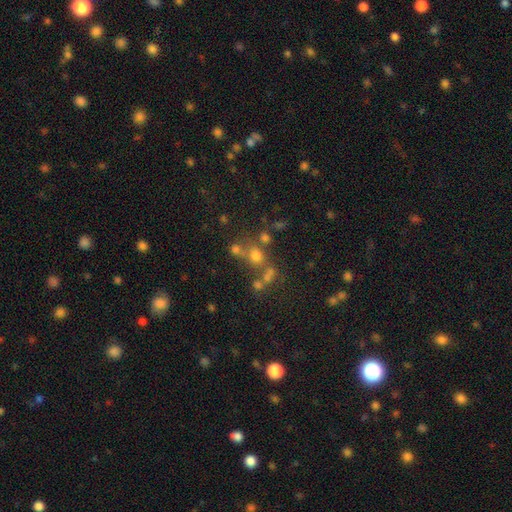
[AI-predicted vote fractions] Smooth or featured? Predicted: smooth (p=0.55). How rounded? Predicted: round (p=0.82). Merging? Predicted: none (p=0.52).